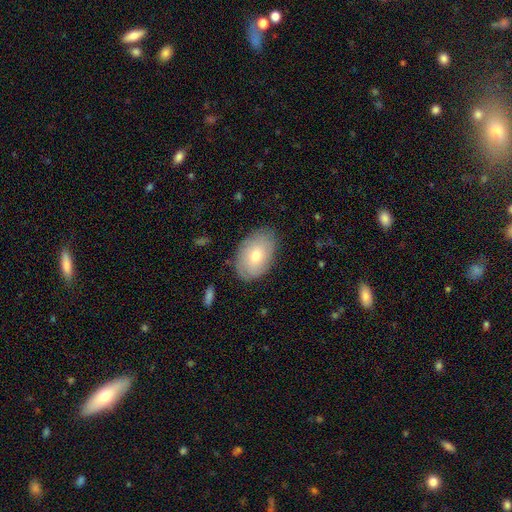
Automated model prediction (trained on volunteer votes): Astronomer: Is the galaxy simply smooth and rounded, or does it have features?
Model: smooth — 63%.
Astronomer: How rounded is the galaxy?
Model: in between — 88%.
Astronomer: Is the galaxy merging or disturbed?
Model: none — 81%.